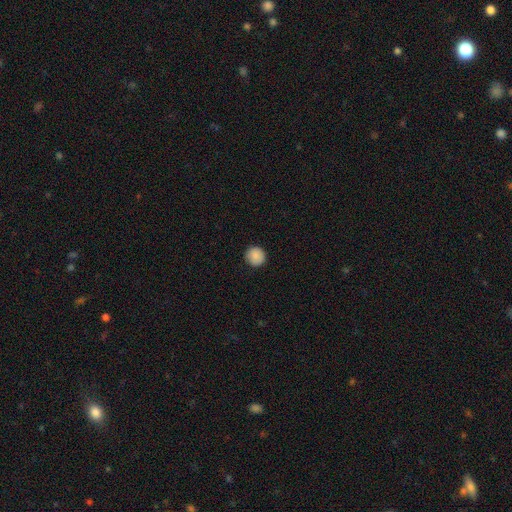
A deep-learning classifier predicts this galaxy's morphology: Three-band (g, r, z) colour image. It shows a smooth galaxy with no disk features (88%) that is round (94%). Merging: none (90%).